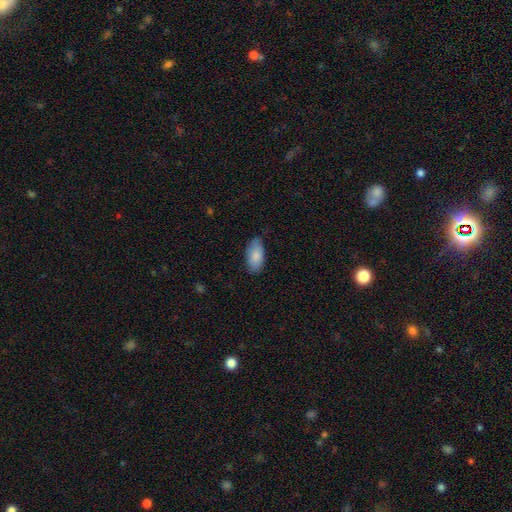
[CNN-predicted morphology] Overall: smooth (85%). How rounded: in between (93%). Merging: none (76%).